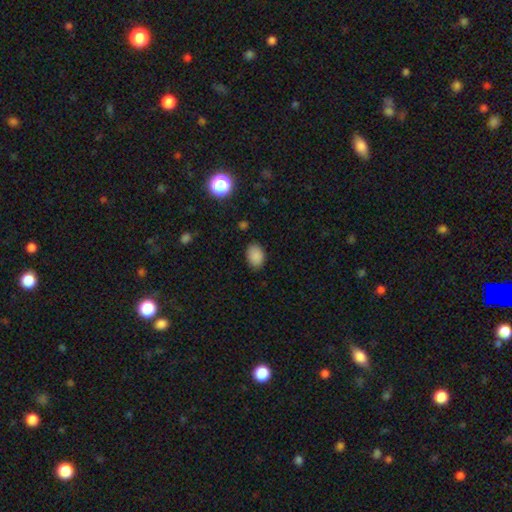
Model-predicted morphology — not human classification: The model was most divided on "how rounded": in between: 76%, round: 23%, cigar-shaped: 1%. More confident: smooth or featured — smooth (86%); merging — none (84%).